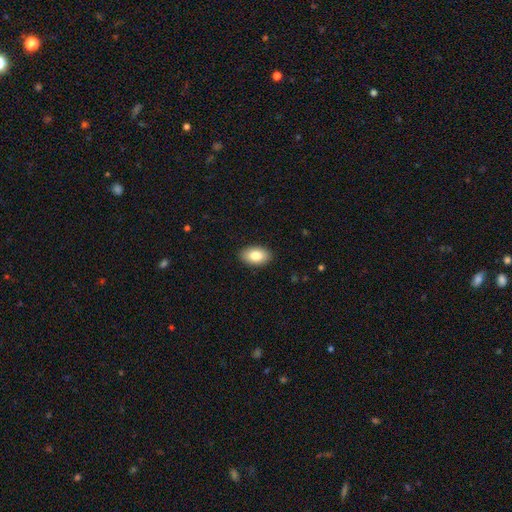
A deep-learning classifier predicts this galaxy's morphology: smooth 84%, featured or disk 9%, star or artifact 7%. Down the decision tree: how rounded — in between (93%); merging — none (89%).